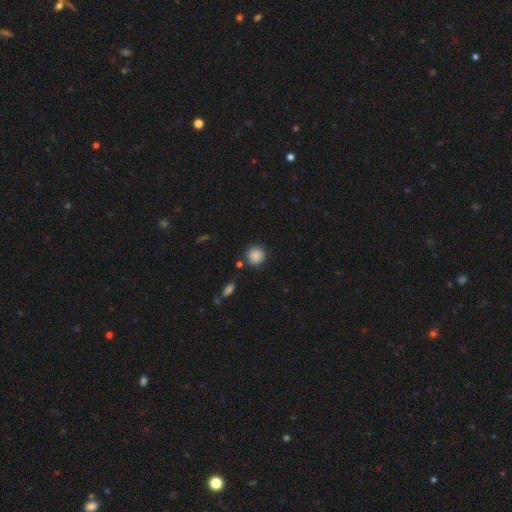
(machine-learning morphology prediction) type=smooth (88%); roundness=round (90%); merging=none (82%).